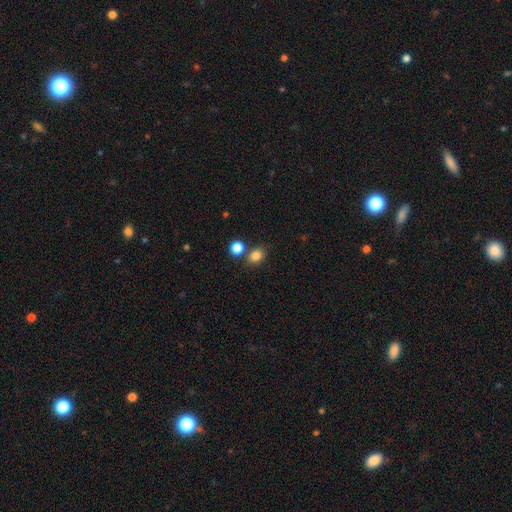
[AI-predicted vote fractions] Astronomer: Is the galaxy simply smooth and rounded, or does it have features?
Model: smooth — 83%.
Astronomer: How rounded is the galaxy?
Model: in between — 51% (runner-up: round, 48%).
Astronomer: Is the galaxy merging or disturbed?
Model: none — 70%.